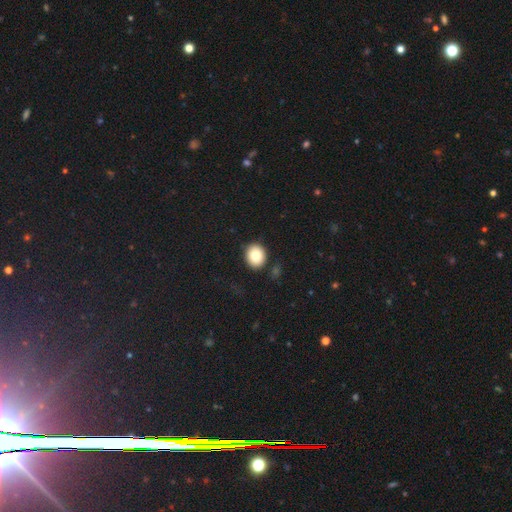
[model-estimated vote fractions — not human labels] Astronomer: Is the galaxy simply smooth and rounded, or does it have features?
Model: smooth — 81%.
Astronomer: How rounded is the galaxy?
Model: round — 74%.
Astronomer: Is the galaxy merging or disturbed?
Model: none — 87%.